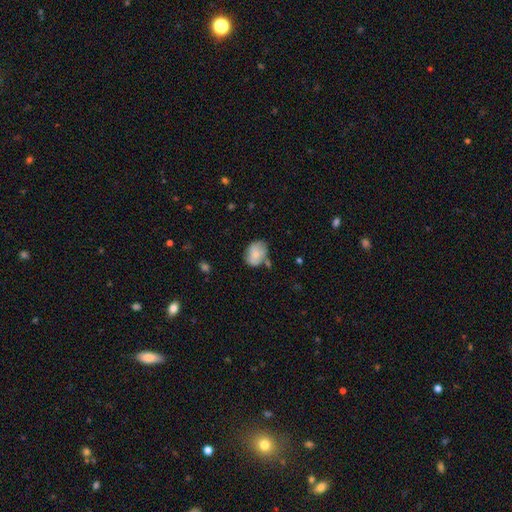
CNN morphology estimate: A smooth galaxy with no disk features (73%) that is in between round and cigar-shaped (67%). Merging: none (52%).